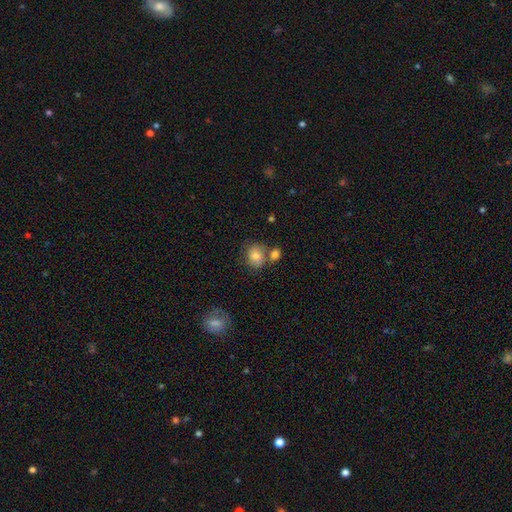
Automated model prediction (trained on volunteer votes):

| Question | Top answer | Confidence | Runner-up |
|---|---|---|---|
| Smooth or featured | smooth | 78% | featured or disk (13%) |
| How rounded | round | 62% | in between (37%) |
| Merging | none | 52% | merger (26%) |